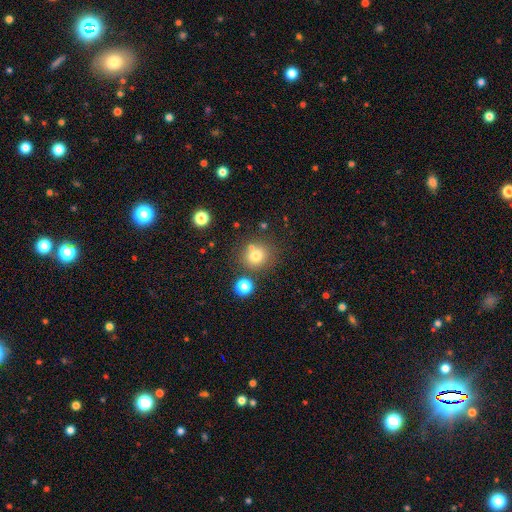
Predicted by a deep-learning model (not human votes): A smooth galaxy with no disk features (75%) that is round (88%).

Vote fractions:
- Smooth or featured? smooth: 75% / star or artifact: 15% / featured or disk: 10%
- How rounded? round: 88% / in between: 11% / cigar-shaped: 1%
- Merging? none: 72% / merger: 15% / minor disturbance: 10% / major disturbance: 4%